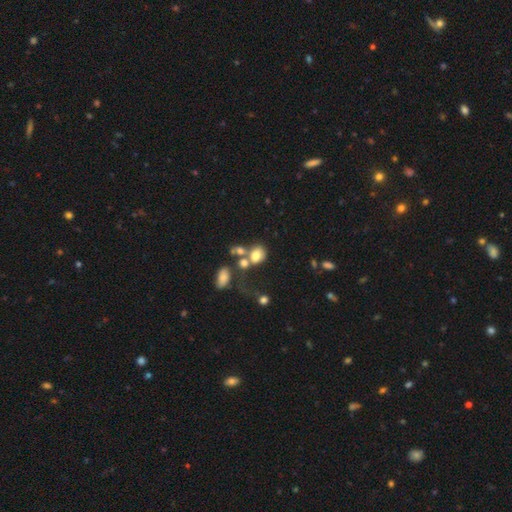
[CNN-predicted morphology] Smooth or featured? smooth (73%)
How rounded? in between (51%)
Merging? merger (44%)